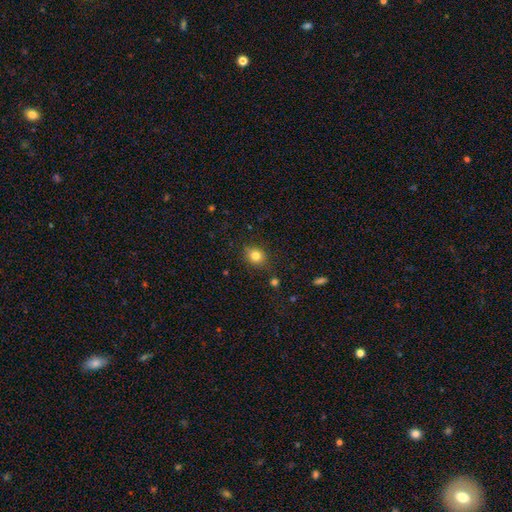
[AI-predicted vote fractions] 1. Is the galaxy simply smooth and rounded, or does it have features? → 81% smooth, 12% star or artifact, 7% featured or disk.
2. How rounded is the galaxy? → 68% round, 31% in between, 1% cigar-shaped.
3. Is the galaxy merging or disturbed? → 84% none, 11% minor disturbance, 3% major disturbance, 2% merger.